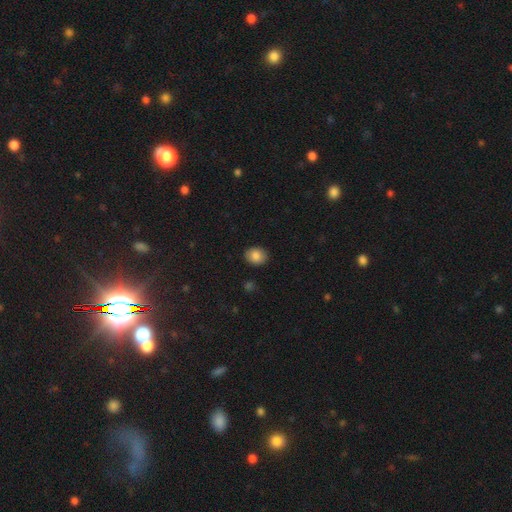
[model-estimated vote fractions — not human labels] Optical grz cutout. It shows a smooth galaxy with no disk features (85%) that is round (53%). Merging: none (89%).